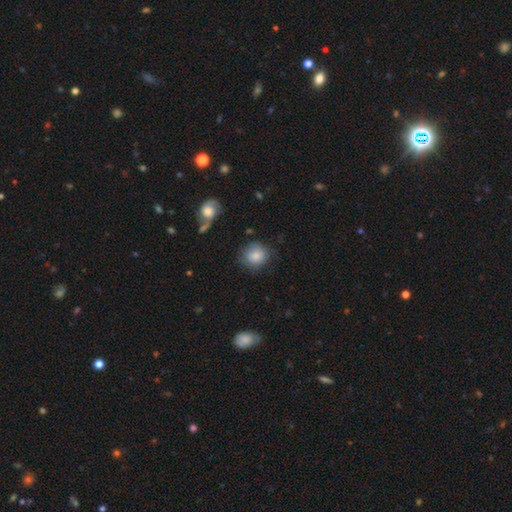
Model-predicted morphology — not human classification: Q: Smooth or featured?
A: smooth (81%); runner-up: featured or disk (11%)
Q: How rounded?
A: round (84%); runner-up: in between (15%)
Q: Merging?
A: none (72%); runner-up: minor disturbance (20%)